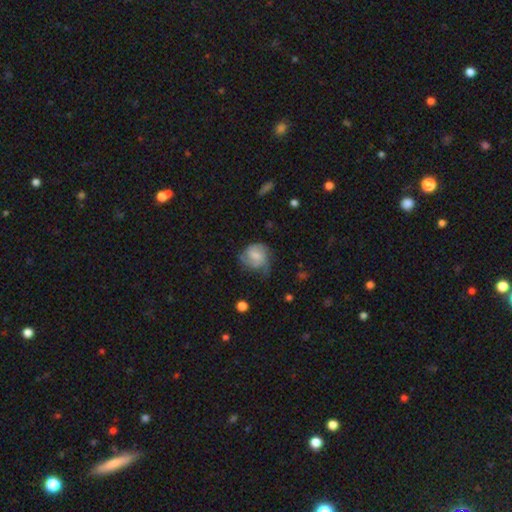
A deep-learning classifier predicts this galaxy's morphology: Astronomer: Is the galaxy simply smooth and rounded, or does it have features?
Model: featured or disk — 49% (runner-up: smooth, 44%).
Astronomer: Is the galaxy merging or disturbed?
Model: none — 46% (runner-up: minor disturbance, 32%).